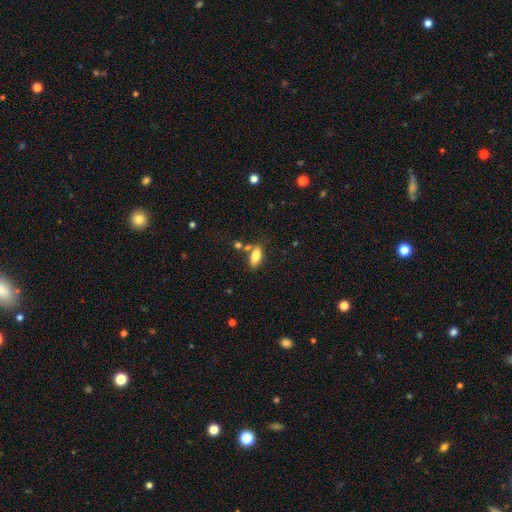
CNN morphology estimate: Q: Smooth or featured?
A: smooth (79%); runner-up: featured or disk (13%)
Q: How rounded?
A: in between (83%); runner-up: cigar-shaped (13%)
Q: Merging?
A: none (68%); runner-up: minor disturbance (15%)